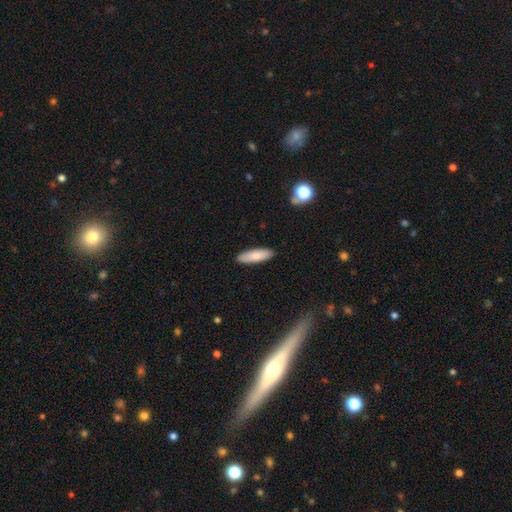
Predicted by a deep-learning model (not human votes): Morphology: type=smooth (82%); roundness=cigar-shaped (54%); merging=none (89%).